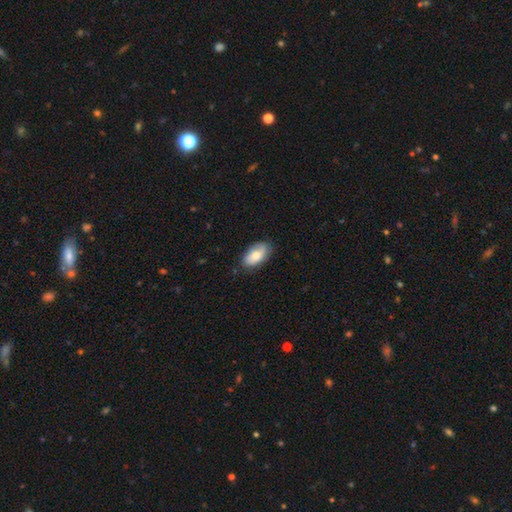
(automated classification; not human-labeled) This appears to be a smooth galaxy with no disk features (76%) that is in between round and cigar-shaped (93%). Merging: none (78%).